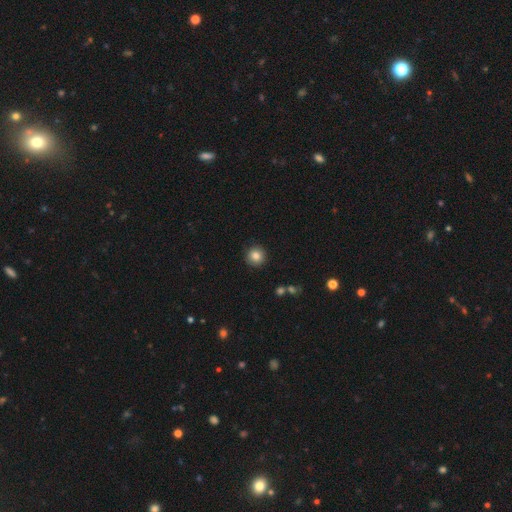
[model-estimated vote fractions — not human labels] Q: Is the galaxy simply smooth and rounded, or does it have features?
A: smooth — 85%.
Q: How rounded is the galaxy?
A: round — 94%.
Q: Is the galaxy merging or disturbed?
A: none — 91%.